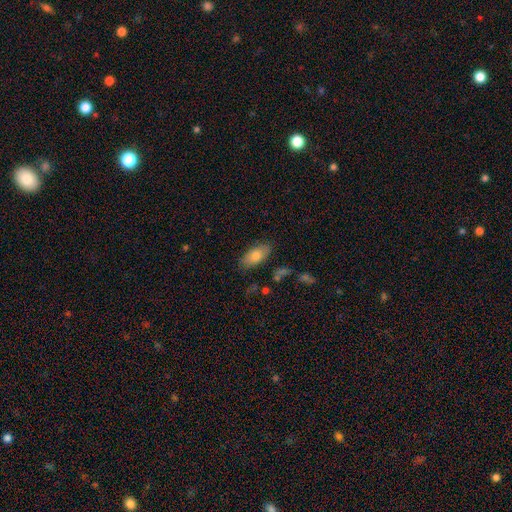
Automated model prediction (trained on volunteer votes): Morphology: type=smooth (77%); roundness=in between (90%); merging=none (82%).